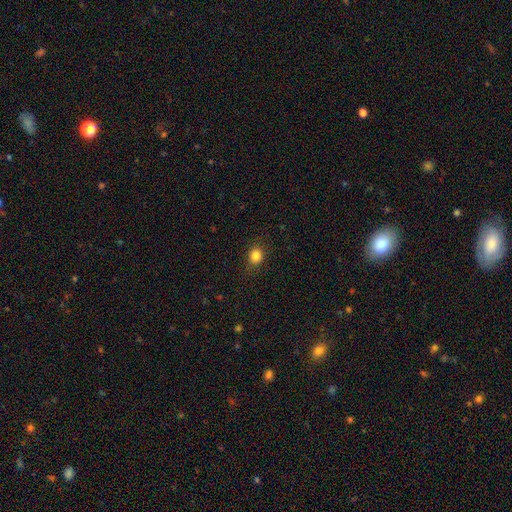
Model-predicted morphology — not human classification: Overall: smooth (83%). How rounded: round (64%; in between 35%). Merging: none (84%).